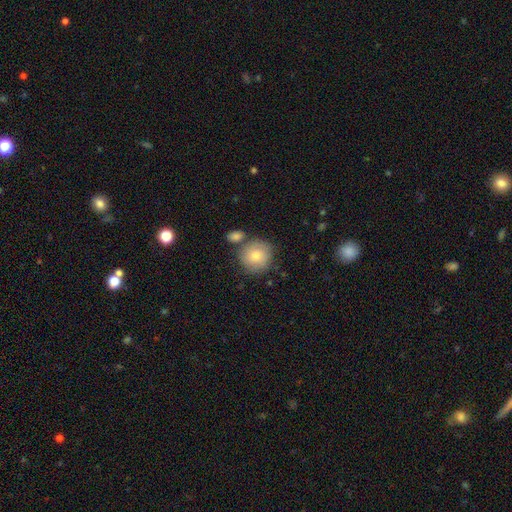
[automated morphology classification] Smooth or featured? smooth (74%)
How rounded? round (92%)
Merging? none (70%)